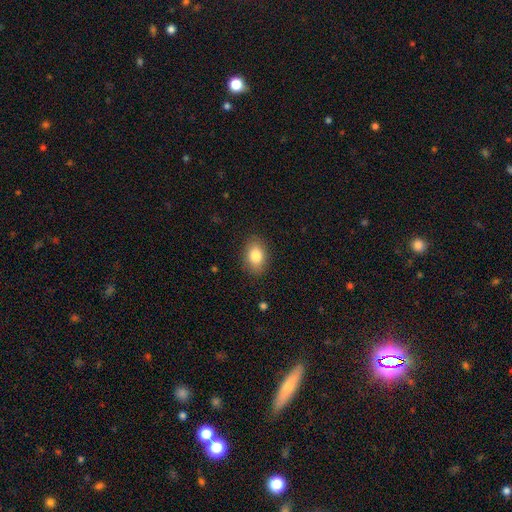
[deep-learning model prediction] smooth-or-featured: smooth: 83% | featured or disk: 9% | star or artifact: 8%
  how-rounded: in between: 82% | round: 17% | cigar-shaped: 1%
  merging: none: 86% | minor disturbance: 10% | major disturbance: 3% | merger: 1%